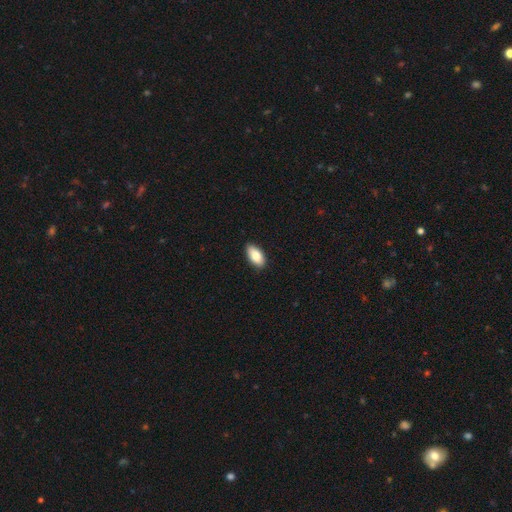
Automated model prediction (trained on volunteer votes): Q: Smooth or featured?
A: smooth (84%); runner-up: featured or disk (10%)
Q: How rounded?
A: in between (93%); runner-up: cigar-shaped (4%)
Q: Merging?
A: none (89%); runner-up: minor disturbance (8%)